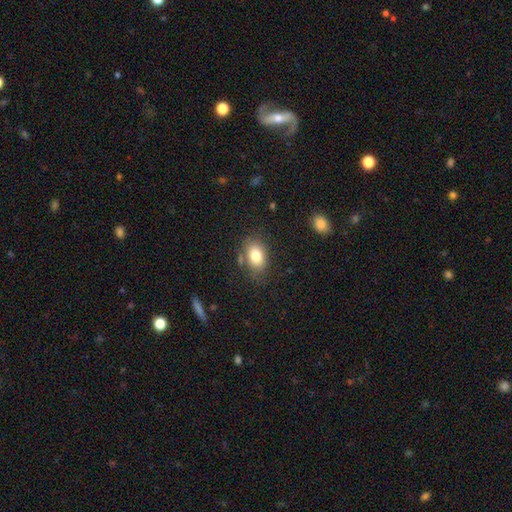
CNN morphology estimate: smooth 80%, featured or disk 11%, star or artifact 9%. Down the decision tree: how rounded — in between (81%); merging — none (71%).